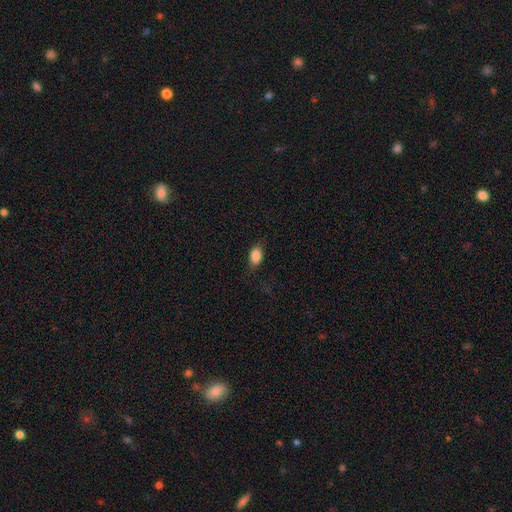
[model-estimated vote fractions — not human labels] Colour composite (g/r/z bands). It shows a smooth galaxy with no disk features (85%) that is in between round and cigar-shaped (84%). Merging: none (73%).